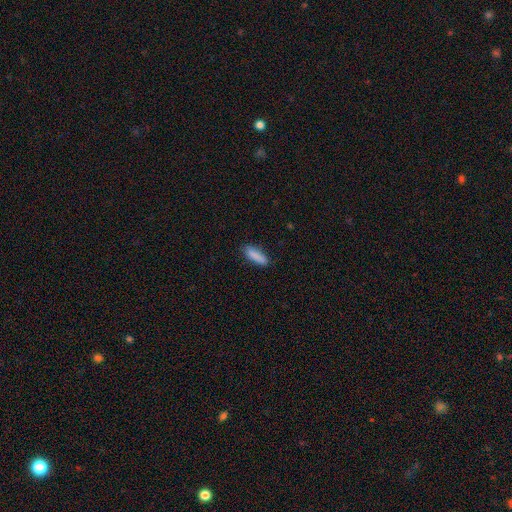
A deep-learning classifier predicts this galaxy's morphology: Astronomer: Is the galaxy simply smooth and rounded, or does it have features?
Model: smooth — 87%.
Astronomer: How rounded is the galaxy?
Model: cigar-shaped — 57% (runner-up: in between, 41%).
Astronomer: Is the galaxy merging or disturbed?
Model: none — 82%.